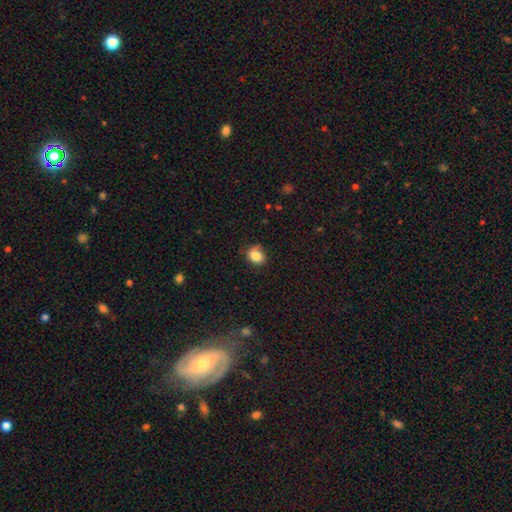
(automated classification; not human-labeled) Q: Smooth or featured?
A: smooth (83%); runner-up: star or artifact (10%)
Q: How rounded?
A: round (55%); runner-up: in between (44%)
Q: Merging?
A: none (69%); runner-up: minor disturbance (24%)